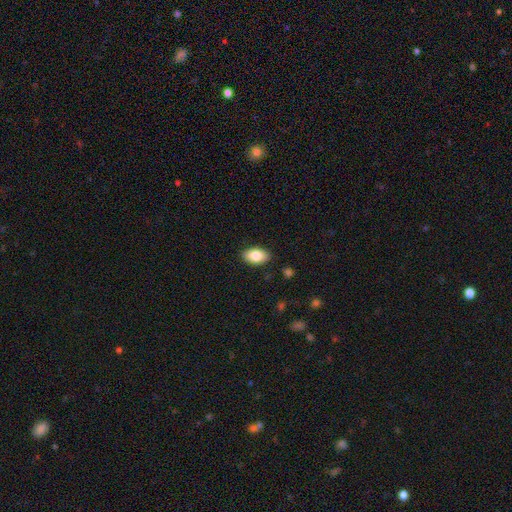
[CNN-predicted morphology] type=smooth (84%); roundness=in between (92%); merging=none (87%).